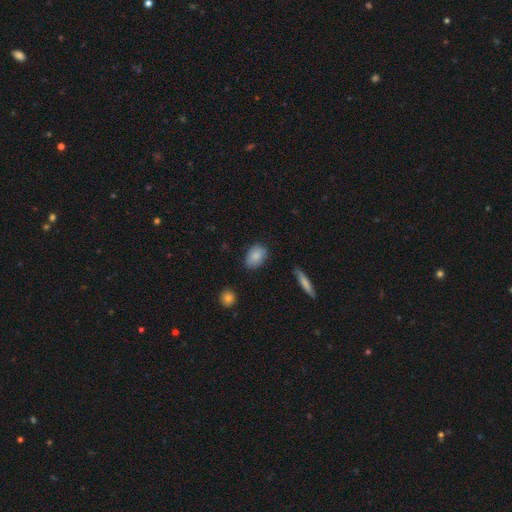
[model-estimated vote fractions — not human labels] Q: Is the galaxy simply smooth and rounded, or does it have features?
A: smooth — 84%.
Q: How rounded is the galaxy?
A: in between — 83%.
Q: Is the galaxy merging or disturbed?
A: none — 82%.